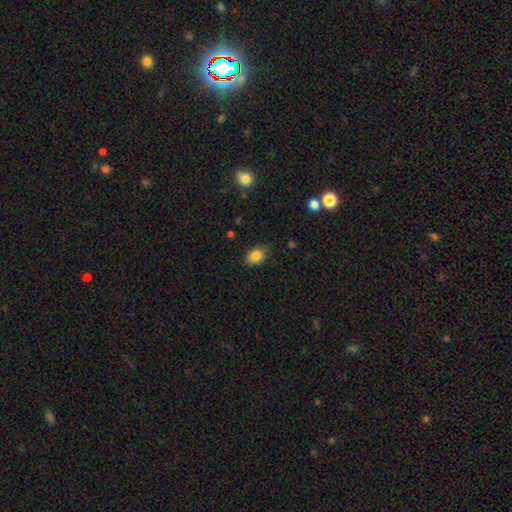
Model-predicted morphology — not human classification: A smooth galaxy with no disk features (85%) that is in between round and cigar-shaped (77%).

Vote fractions:
- Smooth or featured? smooth: 85% / star or artifact: 9% / featured or disk: 6%
- How rounded? in between: 77% / round: 22% / cigar-shaped: 1%
- Merging? none: 82% / minor disturbance: 14% / major disturbance: 3% / merger: 1%